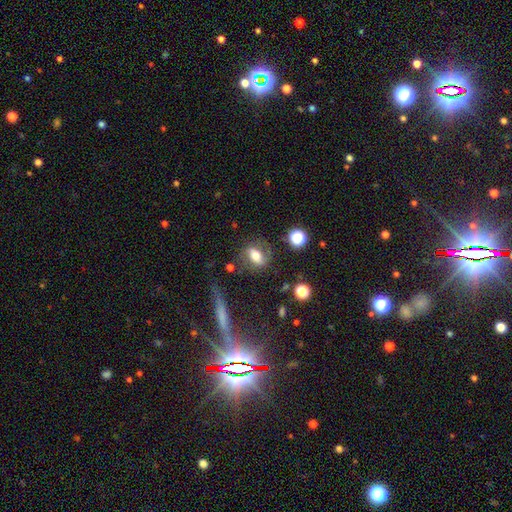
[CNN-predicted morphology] Overall: smooth (59%; featured or disk 31%). How rounded: in between (71%). Merging: none (67%).